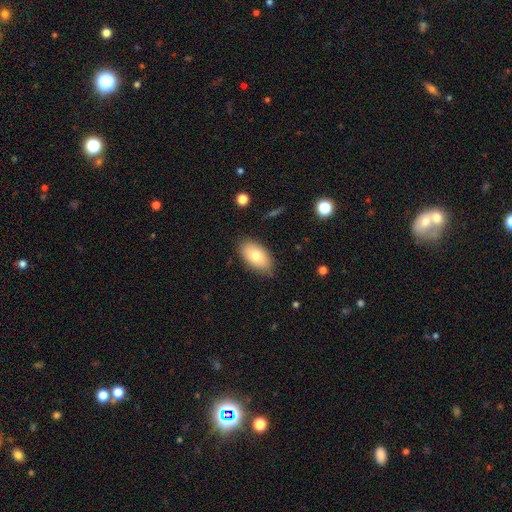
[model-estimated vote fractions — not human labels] A smooth galaxy with no disk features (77%) that is in between round and cigar-shaped (93%).

Vote fractions:
- Smooth or featured? smooth: 77% / featured or disk: 16% / star or artifact: 7%
- How rounded? in between: 93% / round: 5% / cigar-shaped: 2%
- Merging? none: 81% / minor disturbance: 15% / major disturbance: 3% / merger: 1%